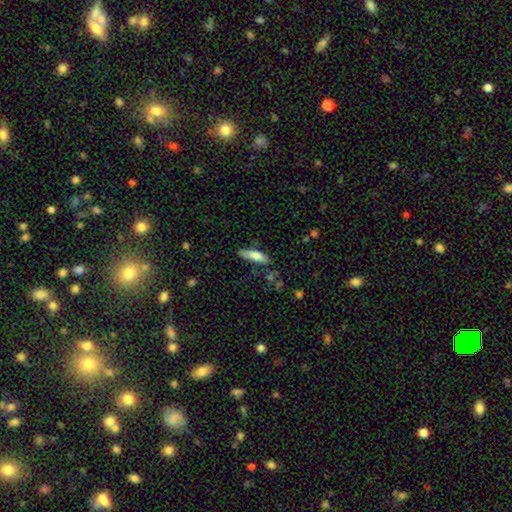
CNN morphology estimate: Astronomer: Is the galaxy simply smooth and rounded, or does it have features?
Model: smooth — 78%.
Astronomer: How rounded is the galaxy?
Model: cigar-shaped — 68%.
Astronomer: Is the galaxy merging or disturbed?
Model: none — 72%.